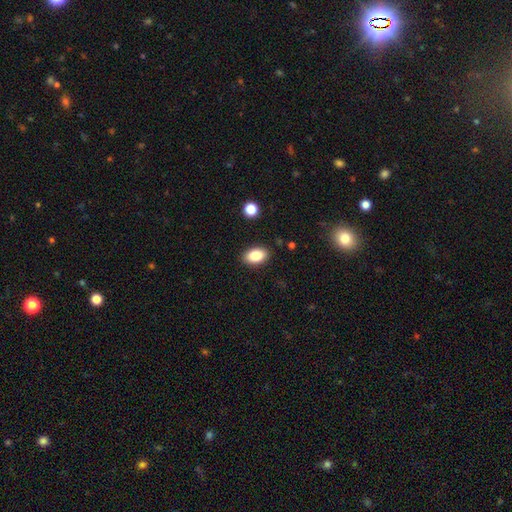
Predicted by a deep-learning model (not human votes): smooth 85%, star or artifact 8%, featured or disk 7%. Down the decision tree: how rounded — in between (89%); merging — none (88%).